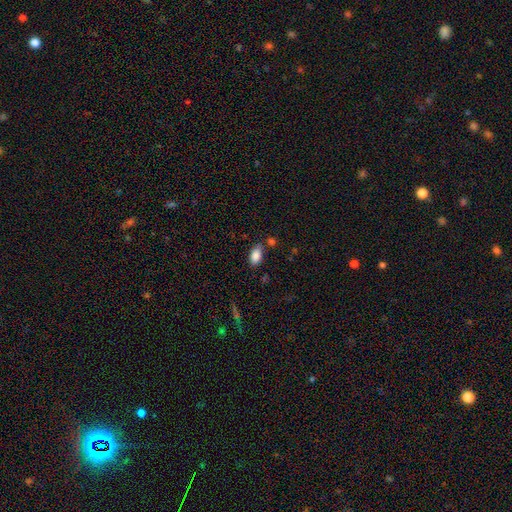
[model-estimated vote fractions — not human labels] The model was most divided on "merging": none: 72%, minor disturbance: 16%, merger: 9%, major disturbance: 4%. More confident: how rounded — in between (92%); smooth or featured — smooth (86%).